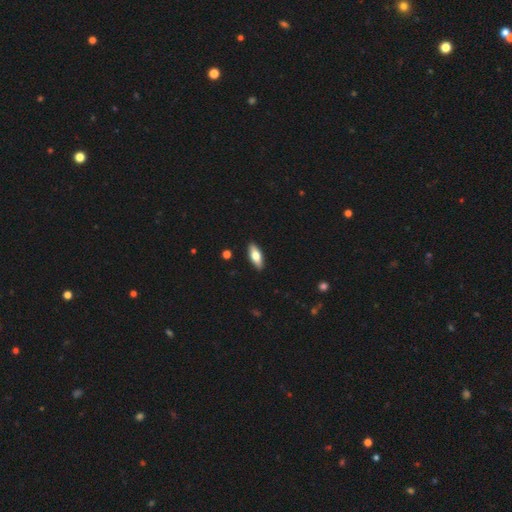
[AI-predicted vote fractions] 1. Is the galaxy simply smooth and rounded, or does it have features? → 65% smooth, 29% featured or disk, 6% star or artifact.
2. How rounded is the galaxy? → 69% in between, 29% cigar-shaped, 2% round.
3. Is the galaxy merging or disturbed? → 90% none, 7% minor disturbance, 2% major disturbance, 1% merger.